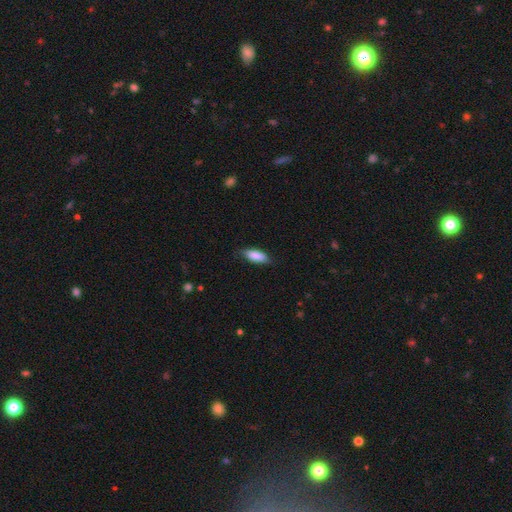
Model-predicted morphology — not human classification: The model was most divided on "how rounded": in between: 73%, cigar-shaped: 25%, round: 2%. More confident: smooth or featured — smooth (86%); merging — none (75%).